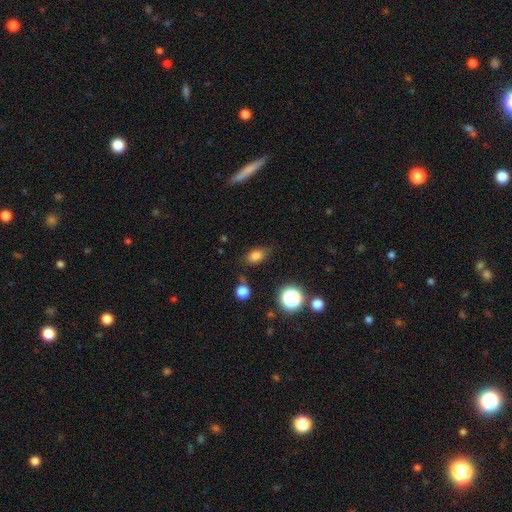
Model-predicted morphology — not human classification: A smooth galaxy with no disk features (78%) that is in between round and cigar-shaped (80%).

Vote fractions:
- Smooth or featured? smooth: 78% / star or artifact: 13% / featured or disk: 9%
- How rounded? in between: 80% / round: 17% / cigar-shaped: 3%
- Merging? none: 75% / minor disturbance: 17% / major disturbance: 5% / merger: 3%